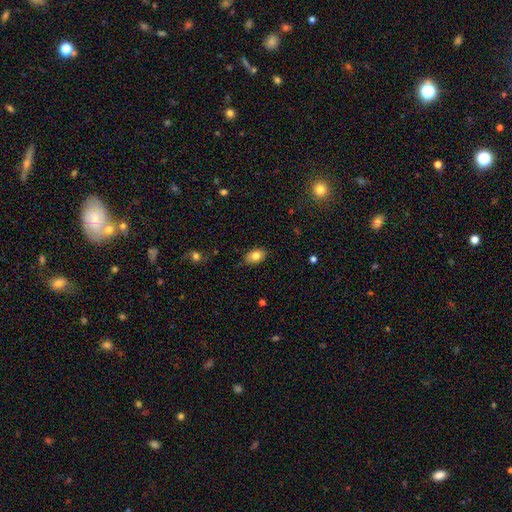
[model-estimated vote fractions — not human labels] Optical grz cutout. It shows a smooth galaxy with no disk features (82%) that is in between round and cigar-shaped (86%). Merging: none (82%).